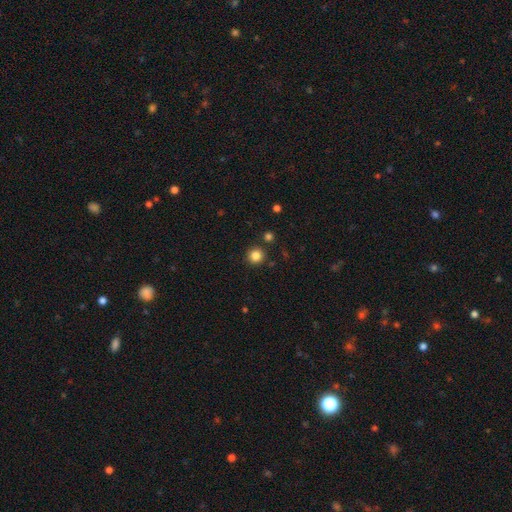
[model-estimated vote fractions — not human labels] A smooth galaxy with no disk features (84%) that is round (94%). Merging: none (88%).